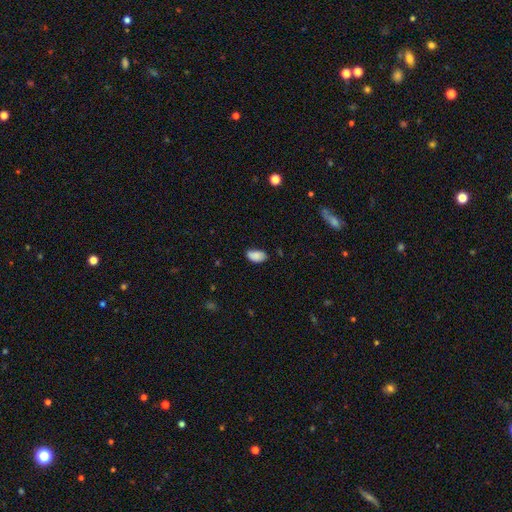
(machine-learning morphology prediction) smooth_or_featured: smooth (p=0.87) [alt: star or artifact p=0.08]
how_rounded: in between (p=0.94) [alt: round p=0.04]
merging: none (p=0.74) [alt: minor disturbance p=0.21]